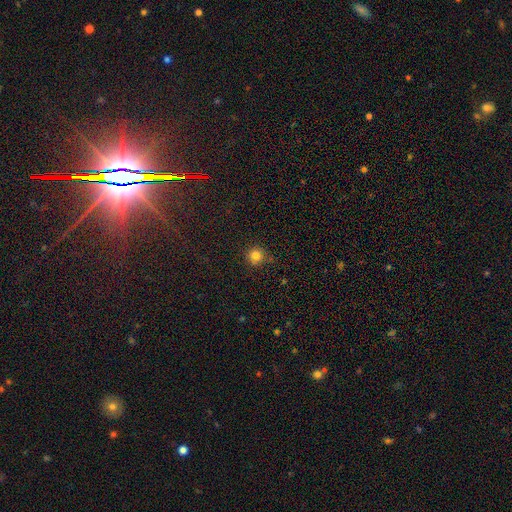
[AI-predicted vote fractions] A smooth galaxy with no disk features (80%) that is round (94%). Merging: none (83%).